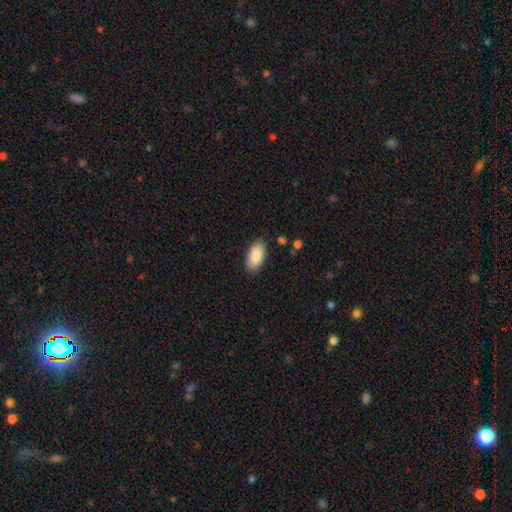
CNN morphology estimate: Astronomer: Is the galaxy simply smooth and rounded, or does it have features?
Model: smooth — 89%.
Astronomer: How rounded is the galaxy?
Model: in between — 94%.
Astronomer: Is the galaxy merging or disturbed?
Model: none — 86%.